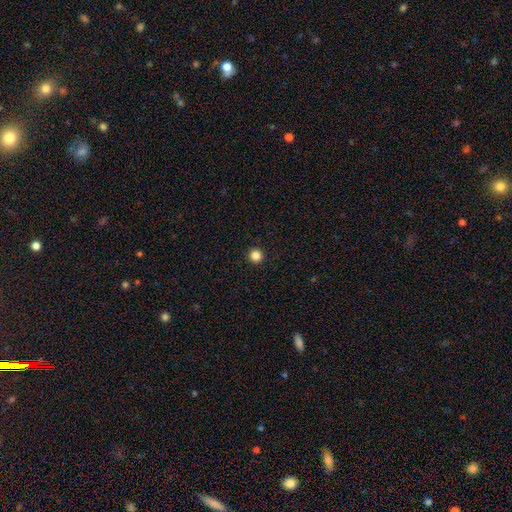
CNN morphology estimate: type=smooth (85%); roundness=round (96%); merging=none (94%).